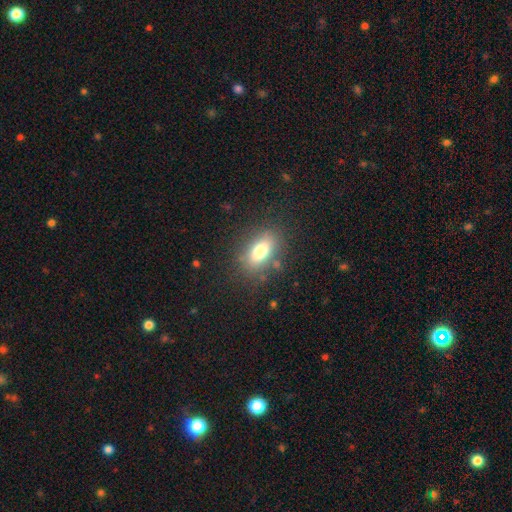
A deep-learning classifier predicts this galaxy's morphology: smooth-or-featured: smooth: 76% | featured or disk: 15% | star or artifact: 9%
  how-rounded: in between: 86% | cigar-shaped: 8% | round: 7%
  merging: none: 80% | minor disturbance: 12% | major disturbance: 5% | merger: 2%